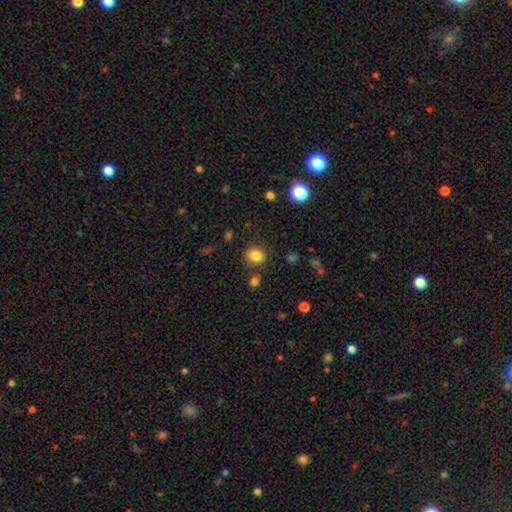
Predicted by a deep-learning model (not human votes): Smooth or featured?
  - smooth: 83% *
  - star or artifact: 12%
  - featured or disk: 5%
How rounded?
  - round: 75% *
  - in between: 25%
  - cigar-shaped: 1%
Merging?
  - none: 83% *
  - minor disturbance: 9%
  - merger: 5%
  - major disturbance: 3%